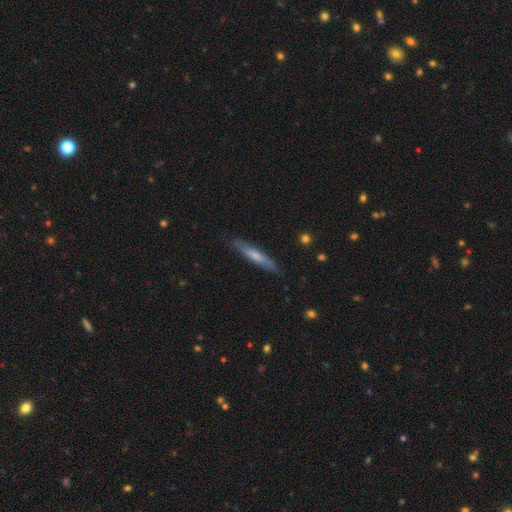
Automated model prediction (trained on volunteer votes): Smooth or featured: smooth — 59% (featured or disk — 36%)
How rounded: cigar-shaped — 91% (in between — 7%)
Merging: none — 86% (minor disturbance — 11%)